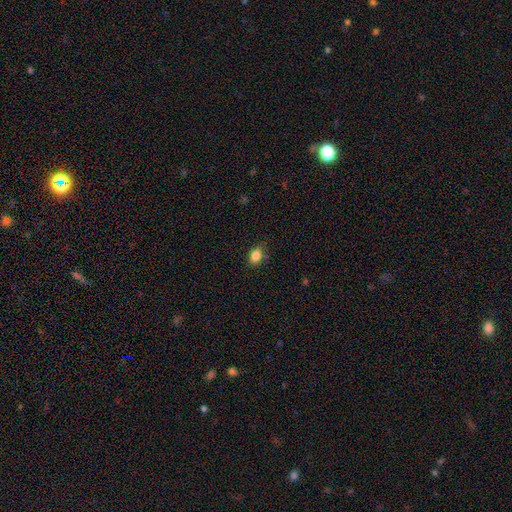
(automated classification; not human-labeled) Morphology: type=smooth (85%); roundness=in between (76%); merging=none (76%).